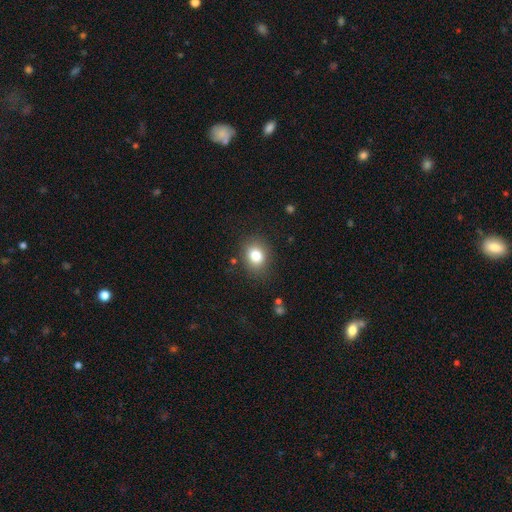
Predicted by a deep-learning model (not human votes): This appears to be a smooth galaxy with no disk features (81%) that is round (54%). Merging: none (83%).